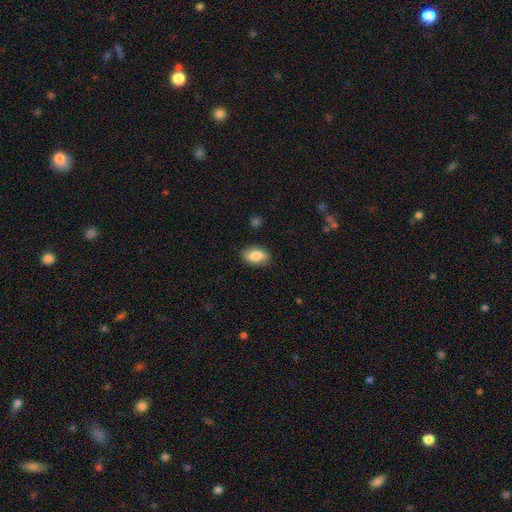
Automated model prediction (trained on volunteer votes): A smooth galaxy with no disk features (82%) that is in between round and cigar-shaped (90%).

Vote fractions:
- Smooth or featured? smooth: 82% / featured or disk: 11% / star or artifact: 7%
- How rounded? in between: 90% / round: 8% / cigar-shaped: 3%
- Merging? none: 84% / minor disturbance: 12% / major disturbance: 3% / merger: 1%